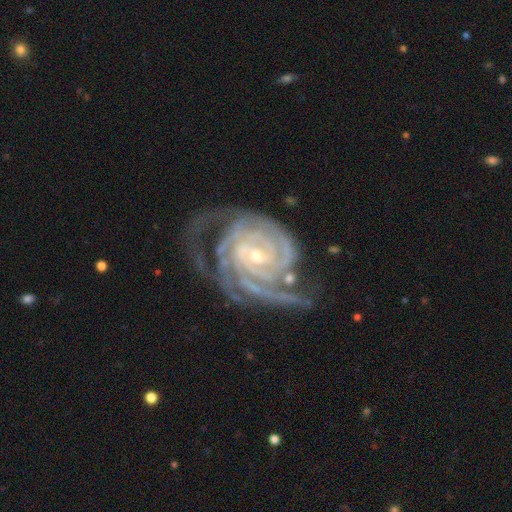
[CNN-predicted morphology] Smooth or featured? Predicted: featured or disk (p=0.93). Edge-on disk? Predicted: no (p=0.97). Bar? Predicted: no (p=0.49). Spiral arms? Predicted: yes (p=0.99). Spiral winding? Predicted: tight (p=0.80). Spiral arm count? Predicted: 3 (p=0.28). Bulge size? Predicted: small (p=0.65). Merging? Predicted: none (p=0.57).